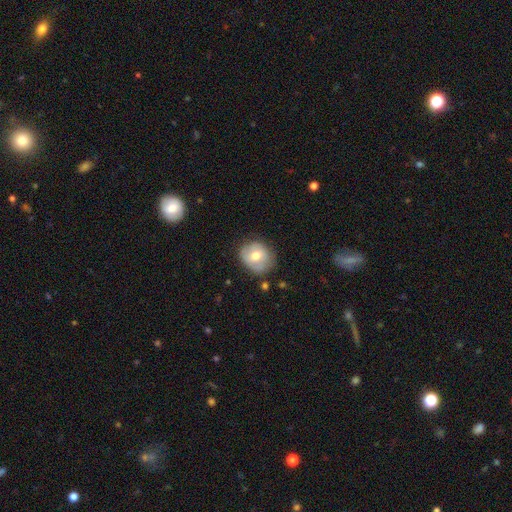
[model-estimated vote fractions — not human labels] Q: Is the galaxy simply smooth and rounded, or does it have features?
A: smooth — 62%.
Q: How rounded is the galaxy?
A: round — 70%.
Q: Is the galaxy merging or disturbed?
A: none — 71%.